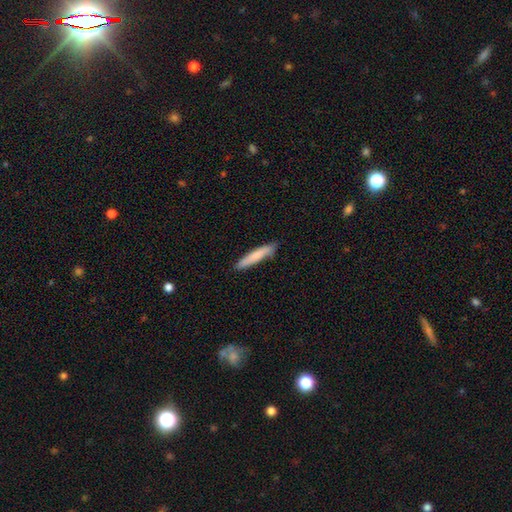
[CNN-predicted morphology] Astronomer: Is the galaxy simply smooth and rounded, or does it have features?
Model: smooth — 76%.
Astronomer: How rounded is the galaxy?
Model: cigar-shaped — 91%.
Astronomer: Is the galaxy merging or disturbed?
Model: none — 83%.